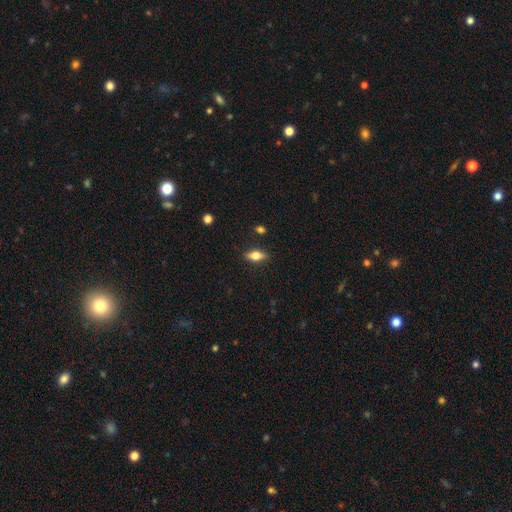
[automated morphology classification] Overall: smooth (61%; featured or disk 31%). How rounded: in between (75%). Merging: none (86%).